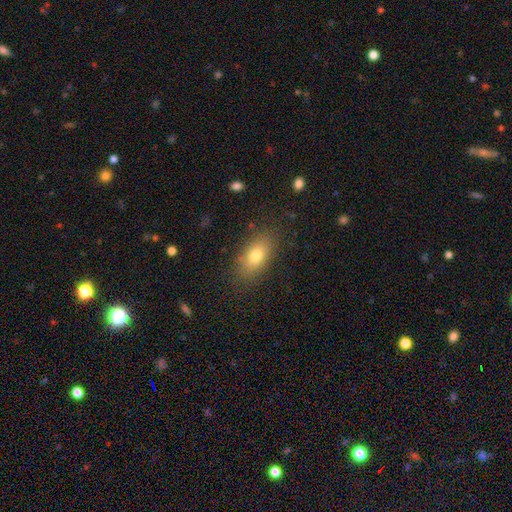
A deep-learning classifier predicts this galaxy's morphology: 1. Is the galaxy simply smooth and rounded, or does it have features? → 75% smooth, 15% featured or disk, 10% star or artifact.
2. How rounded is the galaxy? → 85% in between, 8% cigar-shaped, 7% round.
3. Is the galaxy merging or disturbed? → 85% none, 10% minor disturbance, 3% major disturbance, 1% merger.